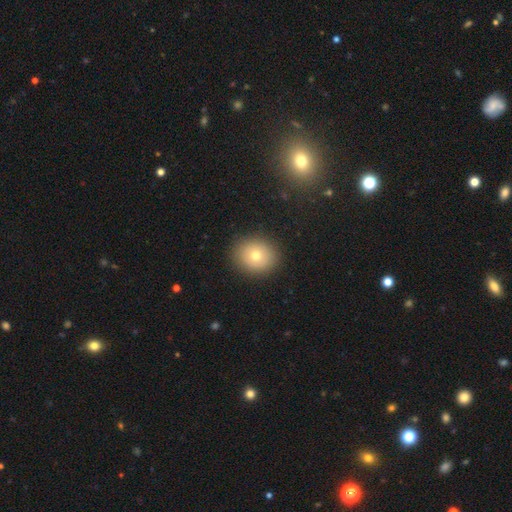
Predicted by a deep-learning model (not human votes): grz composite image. It shows a smooth galaxy with no disk features (74%) that is round (73%). Merging: none (89%).